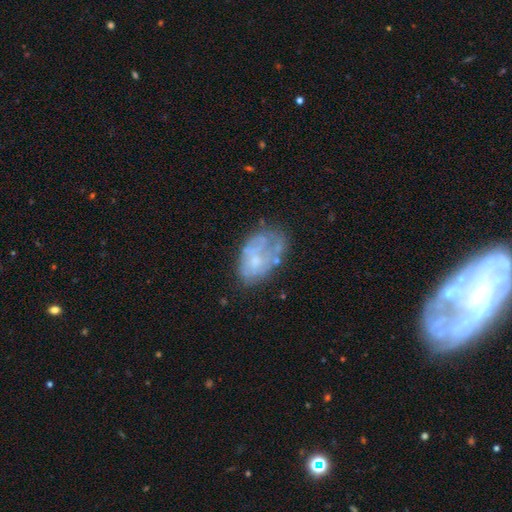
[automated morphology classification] A featured or disk galaxy (51%). Merging: none (46%).